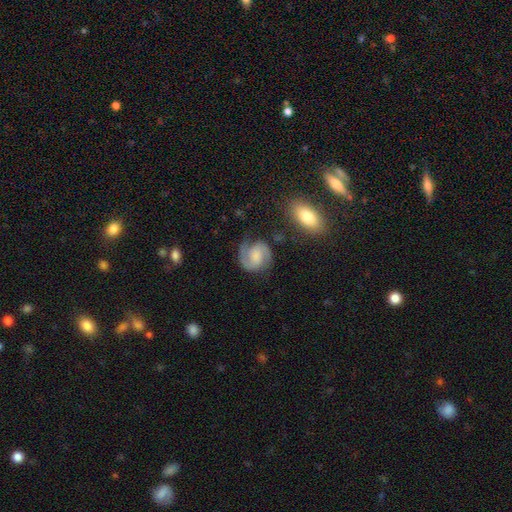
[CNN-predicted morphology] A featured or disk galaxy (81%) with no bar (49%), 2 (91%) medium (53%) spiral arms (97%) and a small central bulge (32%). Merging: none (74%).